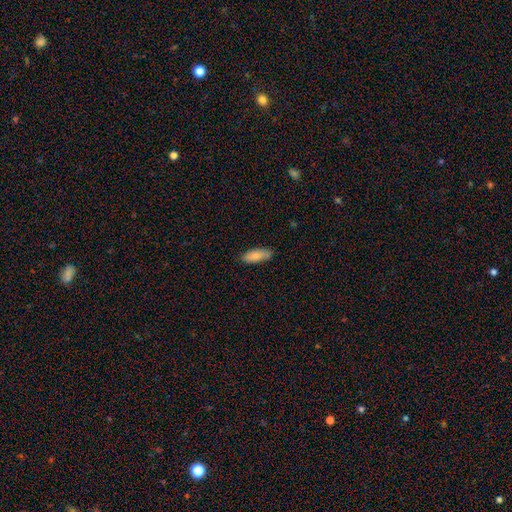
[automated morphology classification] Q: Smooth or featured?
A: smooth (85%); runner-up: featured or disk (9%)
Q: How rounded?
A: in between (72%); runner-up: cigar-shaped (27%)
Q: Merging?
A: none (84%); runner-up: minor disturbance (13%)